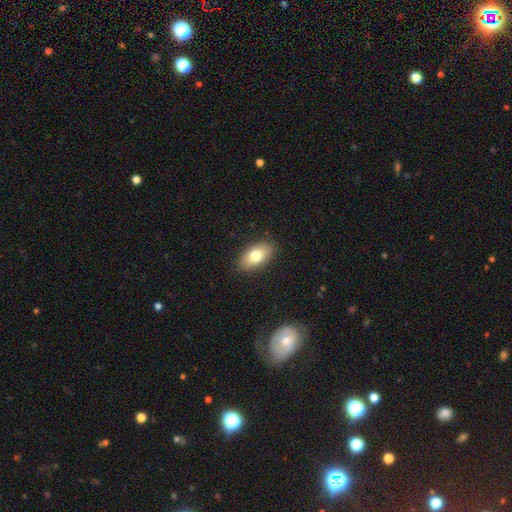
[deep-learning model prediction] Smooth or featured? Predicted: smooth (p=0.76). How rounded? Predicted: in between (p=0.91). Merging? Predicted: none (p=0.88).